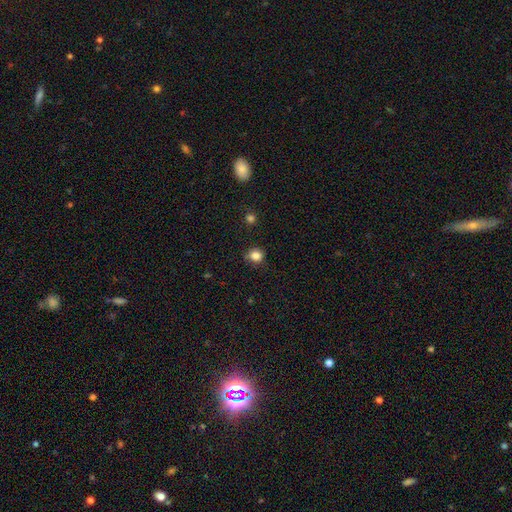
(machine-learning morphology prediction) Overall: smooth (84%). How rounded: round (82%). Merging: none (78%).